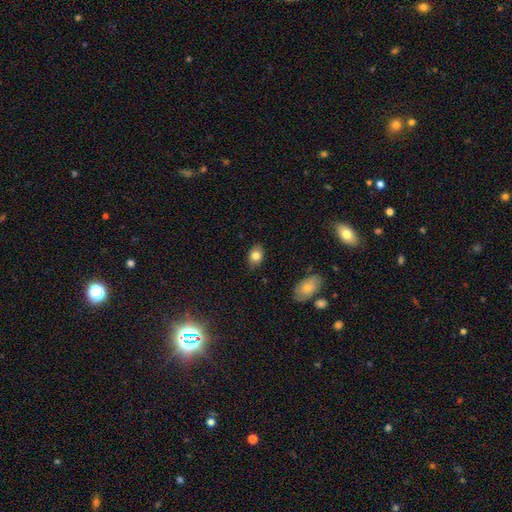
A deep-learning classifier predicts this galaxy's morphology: This is clearly a smooth galaxy (80%). How rounded: likely in between (72%). Merging: likely none (79%).